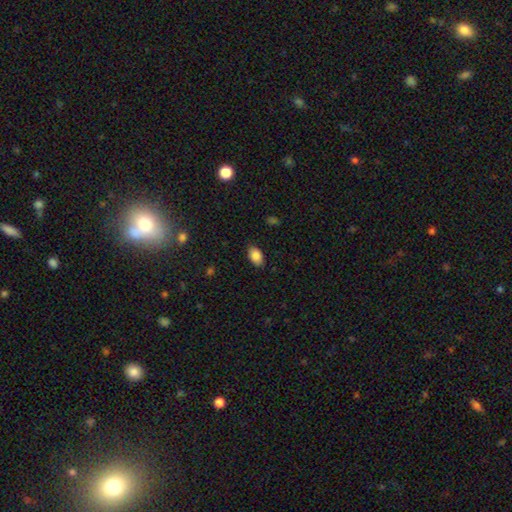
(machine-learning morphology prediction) type=smooth (86%); roundness=in between (90%); merging=none (86%).